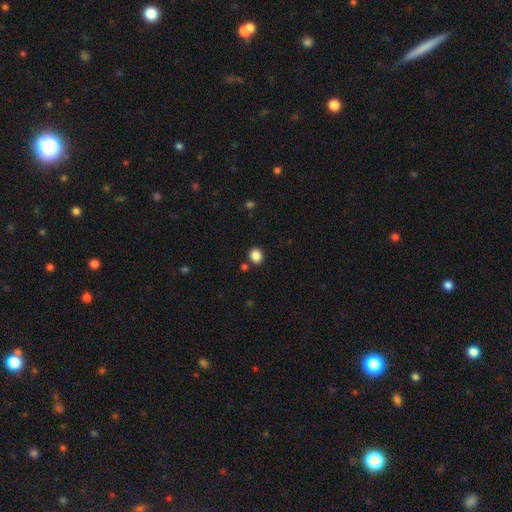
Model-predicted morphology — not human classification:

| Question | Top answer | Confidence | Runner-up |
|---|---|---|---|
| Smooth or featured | smooth | 86% | star or artifact (10%) |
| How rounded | round | 72% | in between (27%) |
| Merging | none | 86% | minor disturbance (7%) |